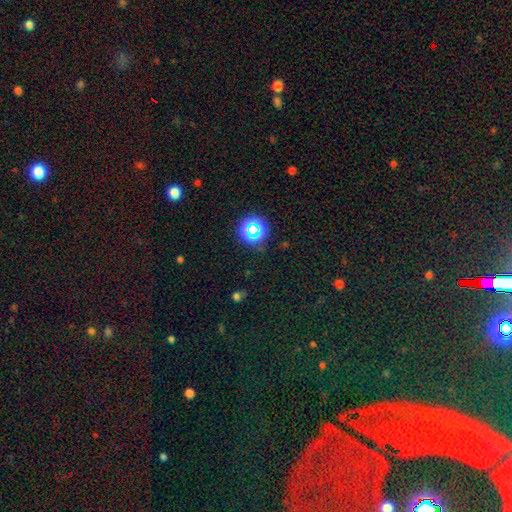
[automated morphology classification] A smooth galaxy with no disk features (50%).

Vote fractions:
- Smooth or featured? smooth: 50% / star or artifact: 42% / featured or disk: 9%
- Merging? none: 89% / minor disturbance: 6% / major disturbance: 3% / merger: 2%